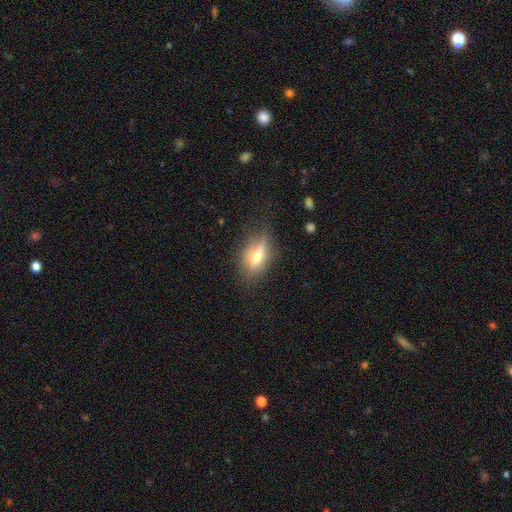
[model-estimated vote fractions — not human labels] Smooth or featured?
  - featured or disk: 47% *
  - smooth: 42%
  - star or artifact: 10%
Merging?
  - none: 76% *
  - minor disturbance: 16%
  - major disturbance: 6%
  - merger: 2%